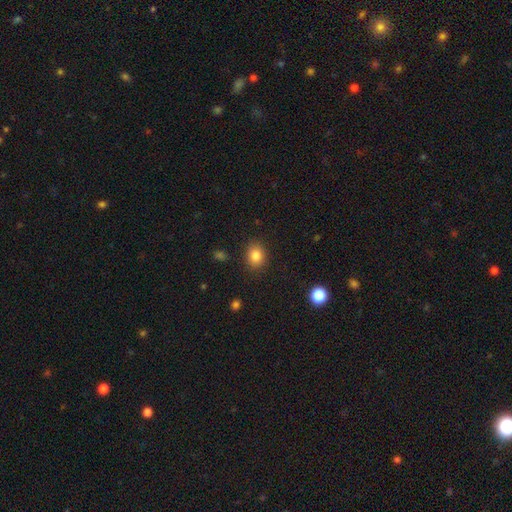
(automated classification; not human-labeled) Smooth or featured? Predicted: smooth (p=0.84). How rounded? Predicted: round (p=0.59). Merging? Predicted: none (p=0.87).